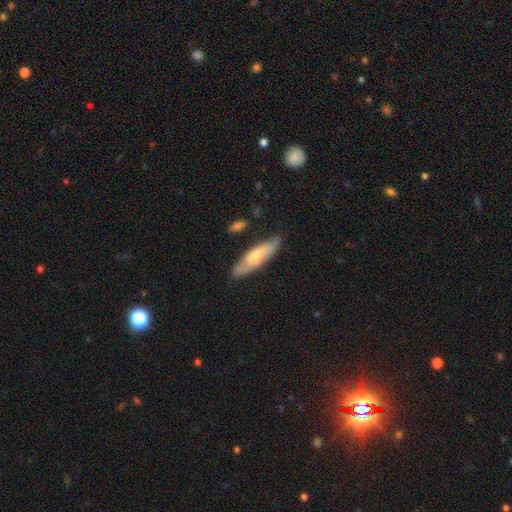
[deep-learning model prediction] smooth_or_featured: smooth (p=0.54) [alt: featured or disk p=0.40]
how_rounded: cigar-shaped (p=0.58) [alt: in between p=0.41]
merging: none (p=0.76) [alt: minor disturbance p=0.19]